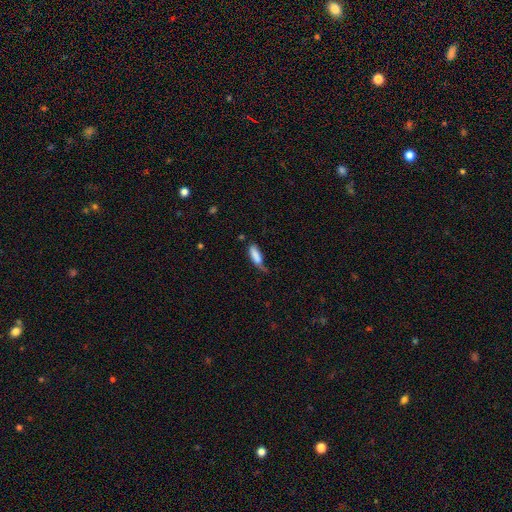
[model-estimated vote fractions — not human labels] Smooth or featured?
  - smooth: 83% *
  - featured or disk: 10%
  - star or artifact: 7%
How rounded?
  - in between: 57% *
  - cigar-shaped: 41%
  - round: 2%
Merging?
  - none: 42% *
  - minor disturbance: 38%
  - major disturbance: 16%
  - merger: 5%